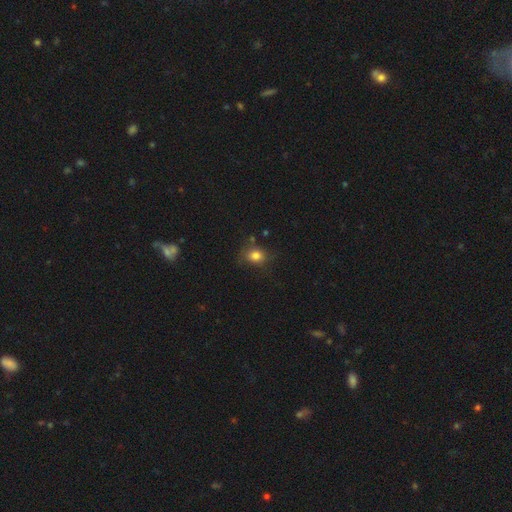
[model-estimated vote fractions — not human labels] smooth 81%, star or artifact 12%, featured or disk 8%. Down the decision tree: how rounded — round (58%); merging — none (71%).